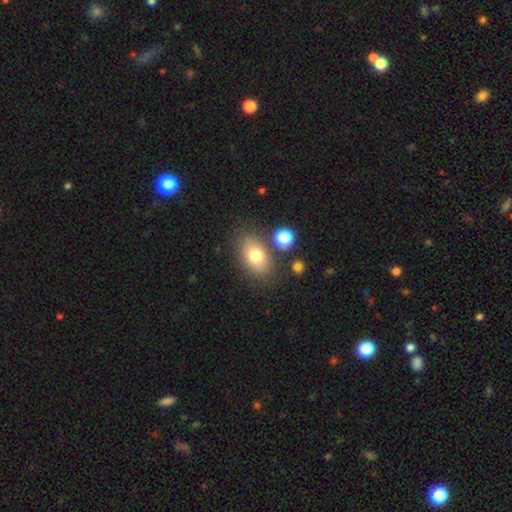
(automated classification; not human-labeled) A smooth galaxy with no disk features (76%) that is in between round and cigar-shaped (84%). Merging: none (76%).